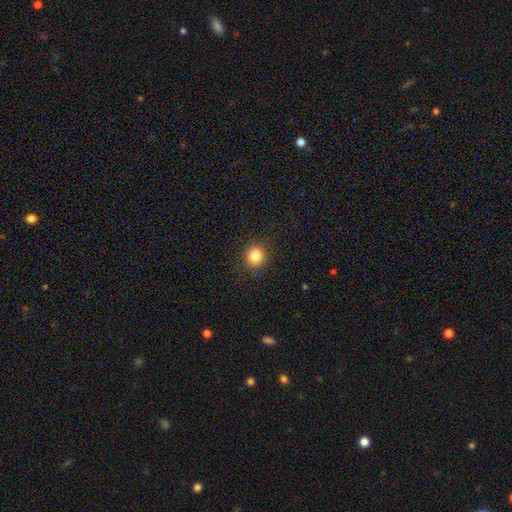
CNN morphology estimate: The model was most divided on "smooth or featured": smooth: 83%, star or artifact: 11%, featured or disk: 5%. More confident: merging — none (91%); how rounded — round (90%).